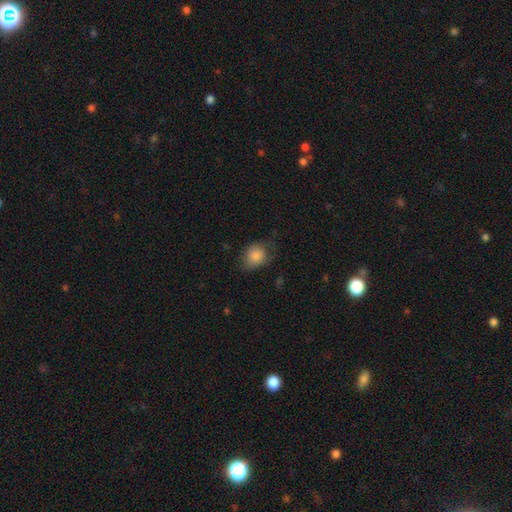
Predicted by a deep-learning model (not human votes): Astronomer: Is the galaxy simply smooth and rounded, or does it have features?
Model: smooth — 85%.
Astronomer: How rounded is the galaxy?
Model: round — 56% (runner-up: in between, 43%).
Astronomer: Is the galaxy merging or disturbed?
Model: none — 61%.